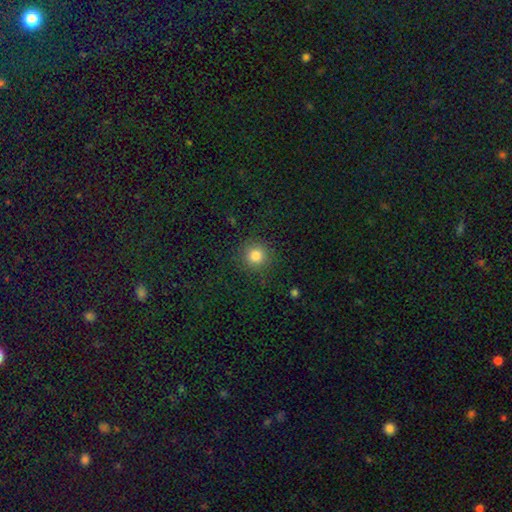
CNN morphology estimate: type=smooth (82%); roundness=round (94%); merging=none (90%).